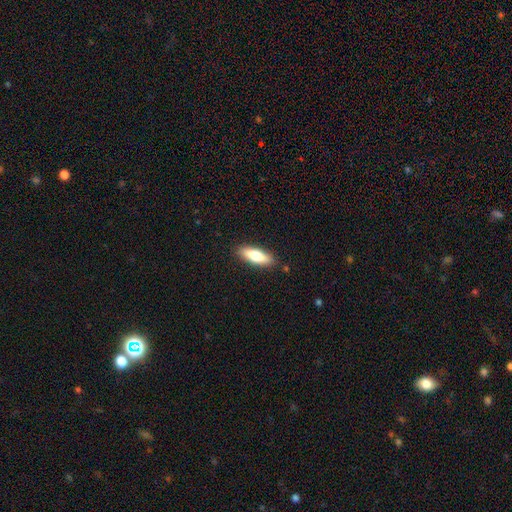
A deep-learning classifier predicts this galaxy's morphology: This is likely a smooth galaxy (76%). How rounded: possibly in between (55%). Merging: clearly none (88%).